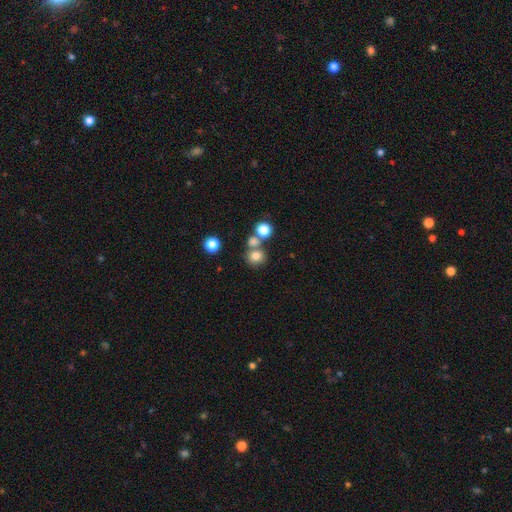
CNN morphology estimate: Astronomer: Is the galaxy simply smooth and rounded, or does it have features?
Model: smooth — 76%.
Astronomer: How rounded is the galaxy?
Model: round — 81%.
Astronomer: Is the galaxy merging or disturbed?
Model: none — 58%.